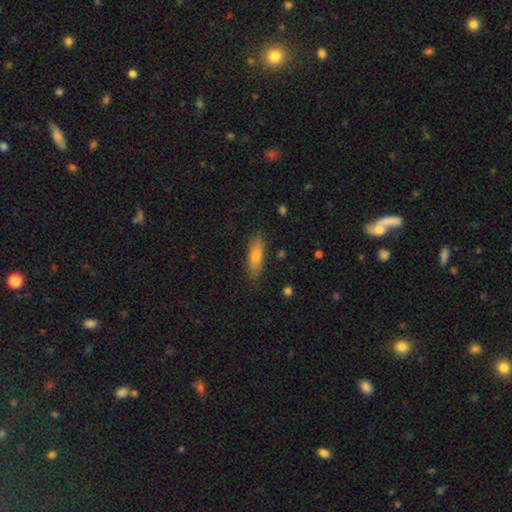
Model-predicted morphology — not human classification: A smooth galaxy with no disk features (68%) that is cigar-shaped (59%).

Vote fractions:
- Smooth or featured? smooth: 68% / featured or disk: 24% / star or artifact: 7%
- How rounded? cigar-shaped: 59% / in between: 38% / round: 2%
- Merging? none: 86% / minor disturbance: 11% / major disturbance: 2% / merger: 1%